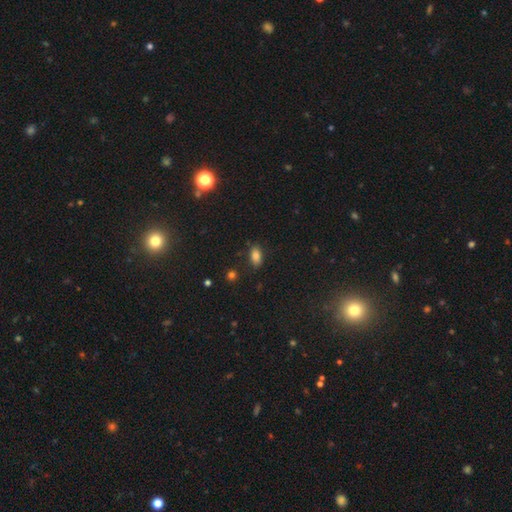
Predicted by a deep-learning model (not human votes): A smooth galaxy with no disk features (84%) that is in between round and cigar-shaped (90%). Merging: none (83%).